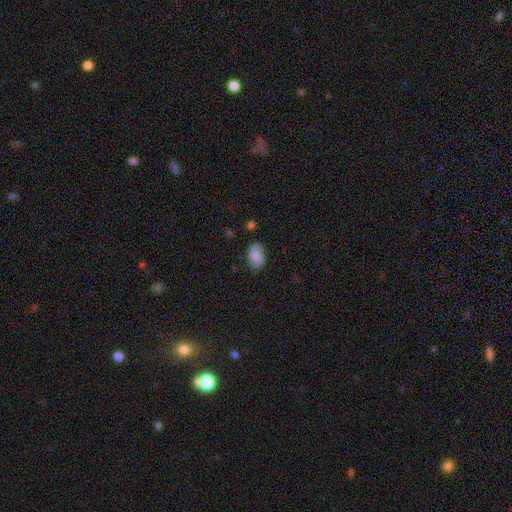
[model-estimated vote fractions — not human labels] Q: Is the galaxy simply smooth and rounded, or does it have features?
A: smooth — 73%.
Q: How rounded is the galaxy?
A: in between — 89%.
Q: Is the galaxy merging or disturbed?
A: none — 73%.